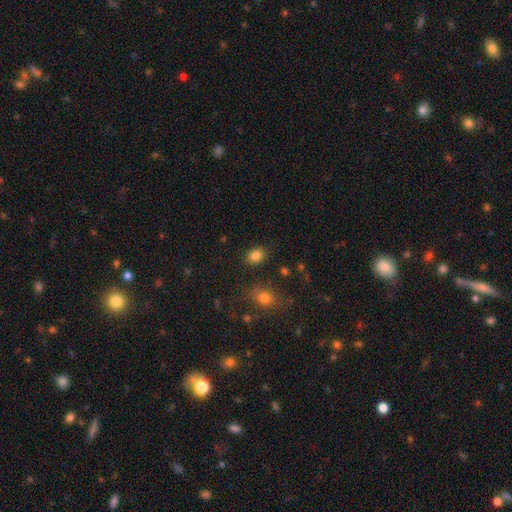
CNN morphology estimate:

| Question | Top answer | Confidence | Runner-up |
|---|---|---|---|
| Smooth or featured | smooth | 84% | star or artifact (10%) |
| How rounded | in between | 68% | round (31%) |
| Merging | none | 84% | minor disturbance (10%) |